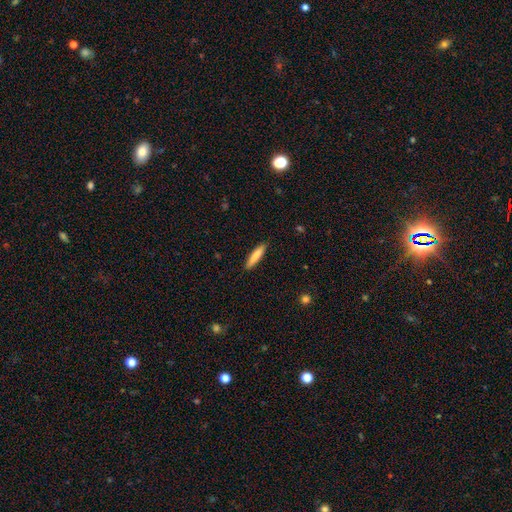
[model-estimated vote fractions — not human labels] This appears to be a smooth galaxy with no disk features (84%) that is cigar-shaped (84%). Merging: none (90%).